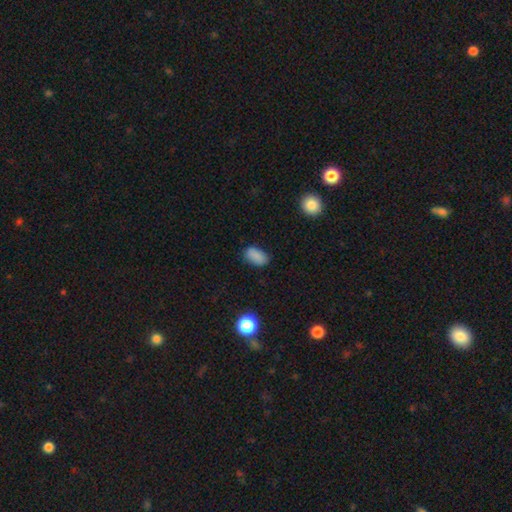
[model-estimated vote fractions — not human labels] Smooth or featured: smooth — 85% (star or artifact — 10%)
How rounded: in between — 92% (round — 6%)
Merging: none — 80% (minor disturbance — 16%)